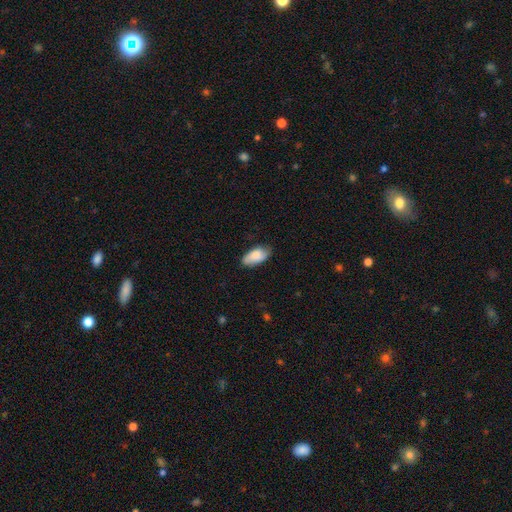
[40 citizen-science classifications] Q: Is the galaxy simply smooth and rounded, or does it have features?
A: smooth — 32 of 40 (80%).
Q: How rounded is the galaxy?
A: in between — 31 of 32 (97%).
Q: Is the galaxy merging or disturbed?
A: none — 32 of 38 (84%).